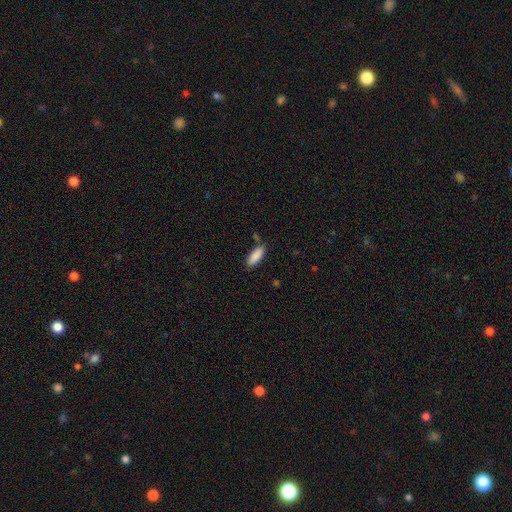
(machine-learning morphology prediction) Q: Smooth or featured?
A: smooth (88%); runner-up: star or artifact (6%)
Q: How rounded?
A: in between (71%); runner-up: cigar-shaped (28%)
Q: Merging?
A: none (76%); runner-up: minor disturbance (15%)